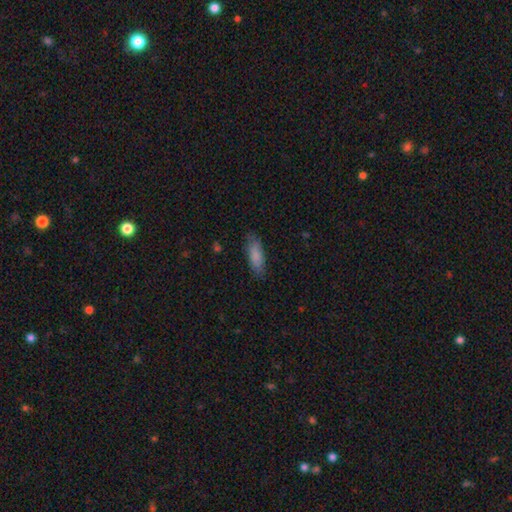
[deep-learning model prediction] A smooth galaxy with no disk features (84%) that is in between round and cigar-shaped (67%). Merging: none (79%).